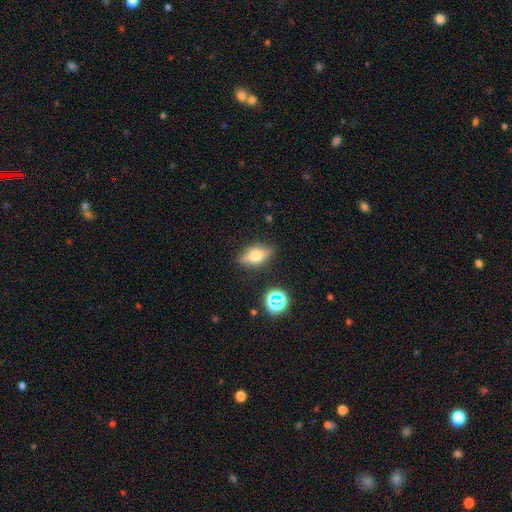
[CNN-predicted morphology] Overall: smooth (47%; featured or disk 42%). Merging: none (81%).